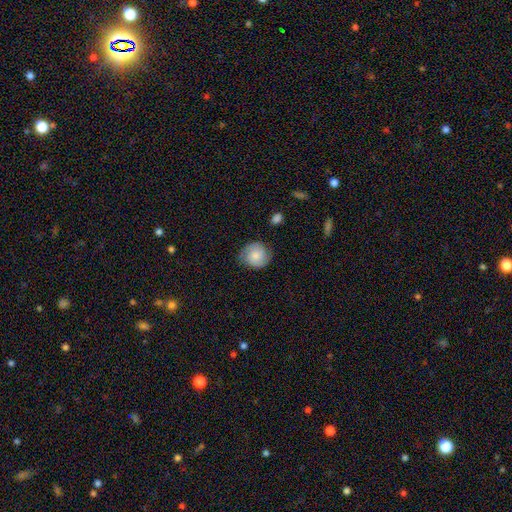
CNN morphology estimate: Smooth or featured: smooth — 62% (featured or disk — 30%)
How rounded: round — 83% (in between — 16%)
Merging: none — 76% (minor disturbance — 18%)